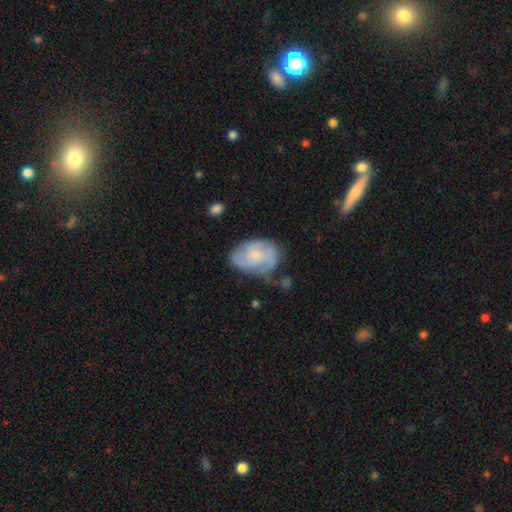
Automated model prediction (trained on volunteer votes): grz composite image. It shows a featured or disk galaxy (62%) with no bar (70%), medium (43%) spiral arms (83%) and a small central bulge (48%). Merging: none (52%).